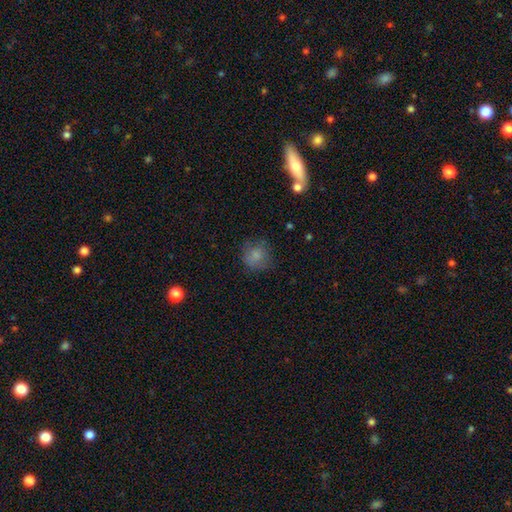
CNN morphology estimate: Overall: smooth (80%). How rounded: round (87%). Merging: none (70%).